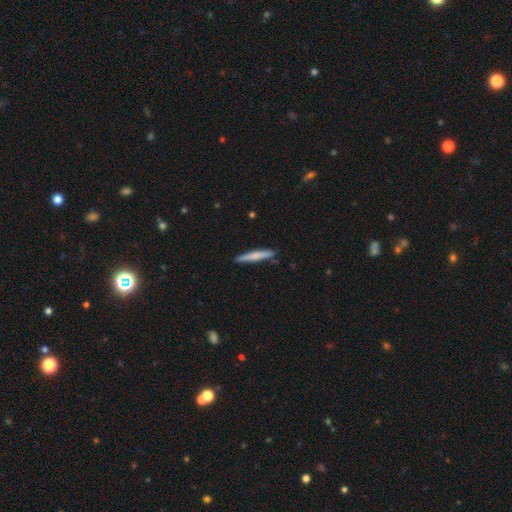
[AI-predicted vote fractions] Smooth or featured: smooth — 66% (featured or disk — 28%)
How rounded: cigar-shaped — 95% (in between — 4%)
Merging: none — 89% (minor disturbance — 8%)